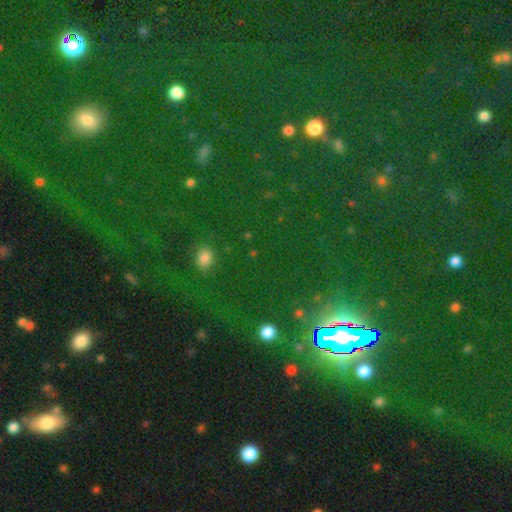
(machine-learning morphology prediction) star or artifact 77%, smooth 15%, featured or disk 8%.